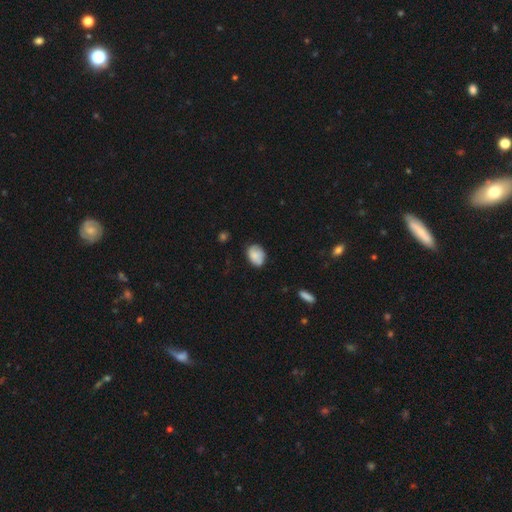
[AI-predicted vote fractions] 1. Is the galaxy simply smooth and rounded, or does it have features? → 78% smooth, 14% featured or disk, 8% star or artifact.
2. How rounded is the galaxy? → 74% in between, 25% round, 1% cigar-shaped.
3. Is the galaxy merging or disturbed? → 66% none, 26% minor disturbance, 5% major disturbance, 3% merger.